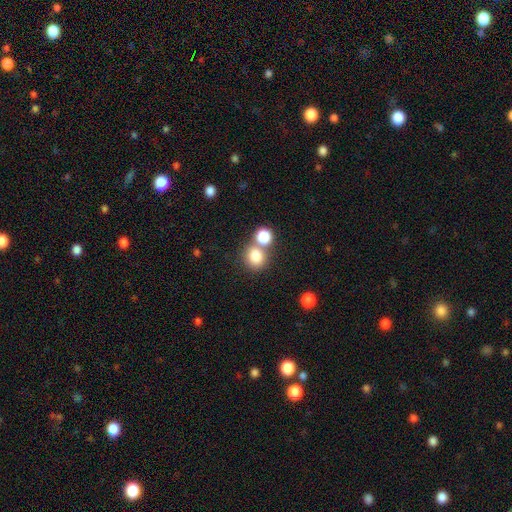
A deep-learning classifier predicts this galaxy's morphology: smooth_or_featured: smooth (p=0.80) [alt: star or artifact p=0.12]
how_rounded: round (p=0.79) [alt: in between p=0.20]
merging: none (p=0.53) [alt: merger p=0.36]